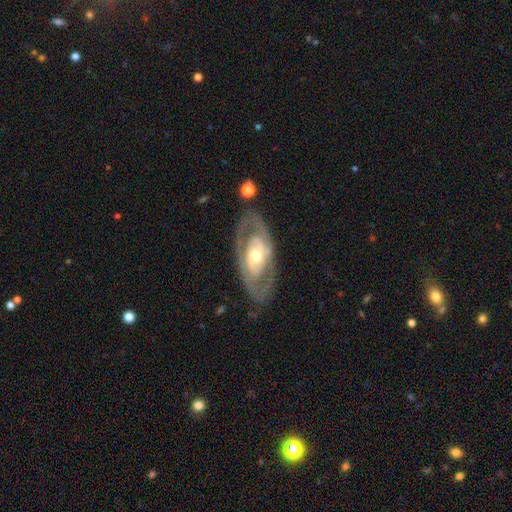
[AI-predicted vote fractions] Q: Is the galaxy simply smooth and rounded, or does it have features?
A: featured or disk — 77%.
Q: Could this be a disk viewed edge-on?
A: no — 90%.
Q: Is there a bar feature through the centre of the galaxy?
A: no — 72%.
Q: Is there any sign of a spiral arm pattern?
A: no — 54%.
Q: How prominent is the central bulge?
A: moderate — 68%.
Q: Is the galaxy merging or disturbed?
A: none — 78%.